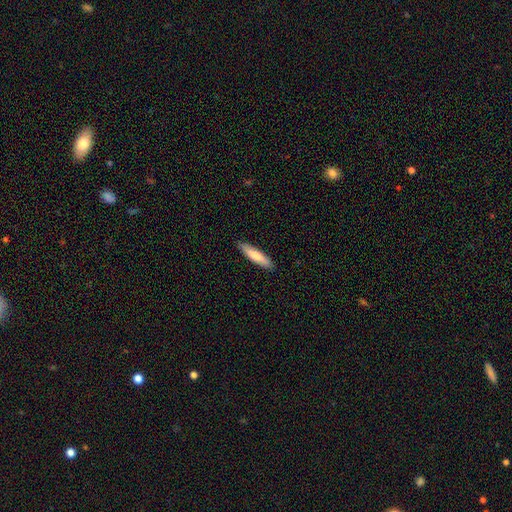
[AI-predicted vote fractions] This appears to be a smooth galaxy with no disk features (76%) that is cigar-shaped (80%). Merging: none (88%).